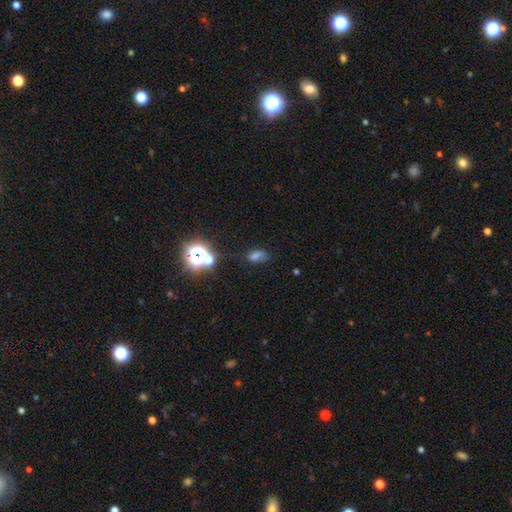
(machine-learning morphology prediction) smooth 64%, star or artifact 26%, featured or disk 10%. Down the decision tree: how rounded — in between (80%); merging — none (57%).